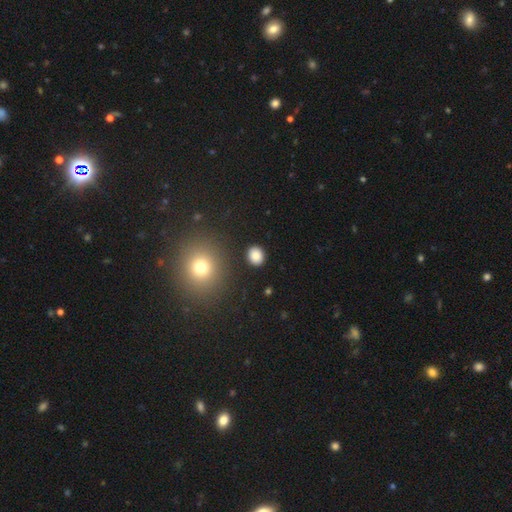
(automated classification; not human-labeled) Smooth or featured: smooth — 84% (star or artifact — 10%)
How rounded: round — 66% (in between — 33%)
Merging: none — 89% (minor disturbance — 6%)